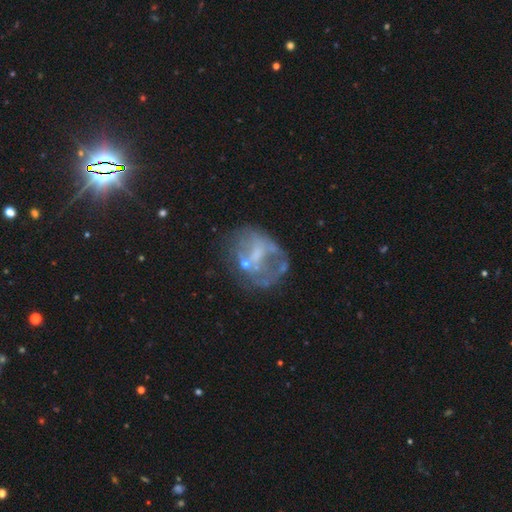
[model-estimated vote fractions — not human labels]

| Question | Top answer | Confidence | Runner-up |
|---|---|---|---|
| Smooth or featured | featured or disk | 63% | smooth (24%) |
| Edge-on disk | no | 98% | yes (2%) |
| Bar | no | 72% | weak (22%) |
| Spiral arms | no | 80% | yes (20%) |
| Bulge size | none | 42% | small (32%) |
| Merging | none | 43% | major disturbance (26%) |